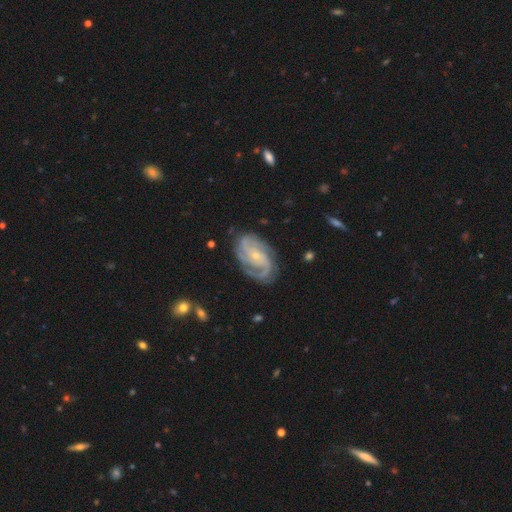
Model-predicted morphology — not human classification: Smooth or featured?
  - featured or disk: 91% *
  - smooth: 5%
  - star or artifact: 4%
Edge-on disk?
  - no: 98% *
  - yes: 2%
Bar?
  - no: 64% *
  - weak: 27%
  - strong: 9%
Spiral arms?
  - yes: 98% *
  - no: 2%
Spiral winding?
  - tight: 57% *
  - medium: 36%
  - loose: 7%
Spiral arm count?
  - 2: 40% *
  - 3: 32%
  - can't tell: 11%
  - 4: 7%
  - 1: 5%
  - more than 4: 5%
Bulge size?
  - small: 77% *
  - moderate: 20%
  - none: 2%
  - large: 1%
  - dominant: 1%
Merging?
  - none: 76% *
  - minor disturbance: 17%
  - major disturbance: 6%
  - merger: 1%